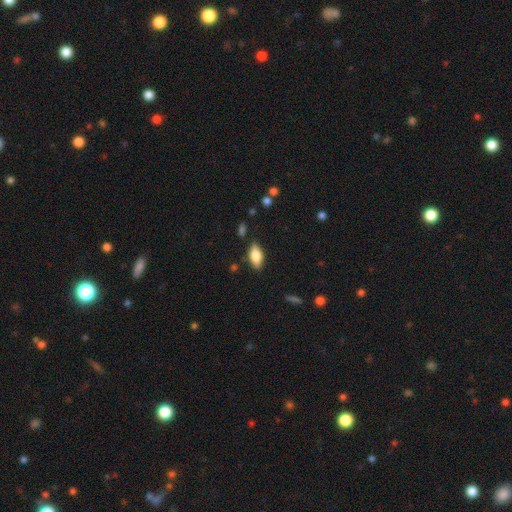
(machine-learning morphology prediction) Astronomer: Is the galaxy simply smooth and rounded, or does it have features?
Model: smooth — 75%.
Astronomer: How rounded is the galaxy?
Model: in between — 86%.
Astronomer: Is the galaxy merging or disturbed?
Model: none — 82%.